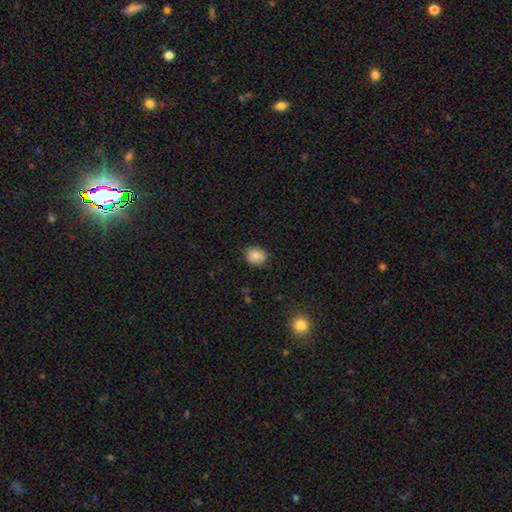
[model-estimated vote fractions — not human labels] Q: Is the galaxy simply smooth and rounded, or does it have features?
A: smooth — 85%.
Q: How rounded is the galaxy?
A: round — 56%.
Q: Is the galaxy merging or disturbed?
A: none — 85%.